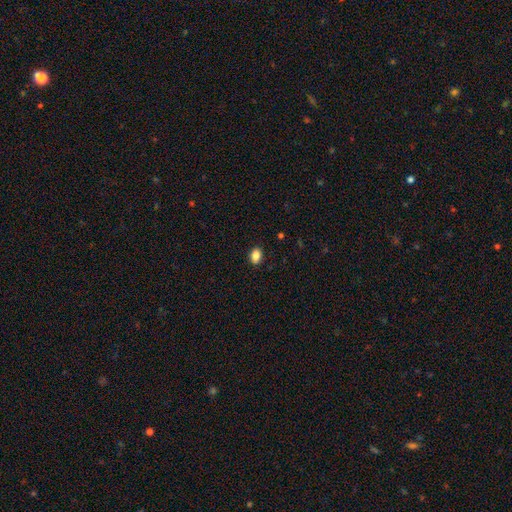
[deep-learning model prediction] Q: Smooth or featured?
A: smooth (86%); runner-up: star or artifact (9%)
Q: How rounded?
A: in between (79%); runner-up: round (20%)
Q: Merging?
A: none (89%); runner-up: minor disturbance (8%)